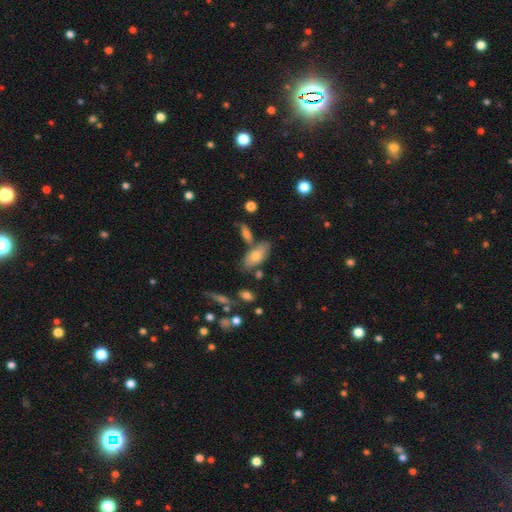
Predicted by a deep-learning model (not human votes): This is likely a smooth galaxy (71%). How rounded: clearly in between (83%). Merging: likely none (68%).